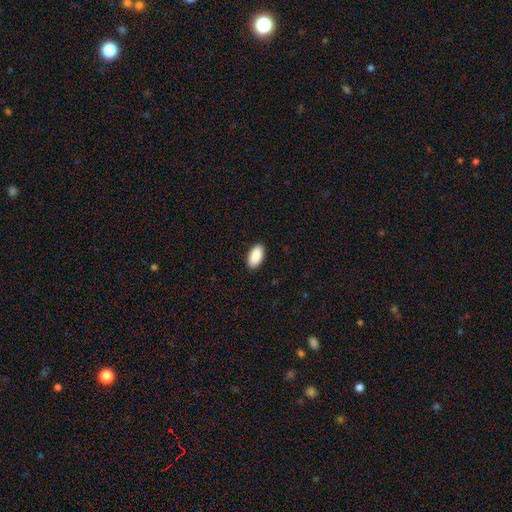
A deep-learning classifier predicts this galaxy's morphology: The model was most divided on "merging": none: 90%, minor disturbance: 7%, major disturbance: 2%, merger: 1%. More confident: how rounded — in between (95%); smooth or featured — smooth (90%).